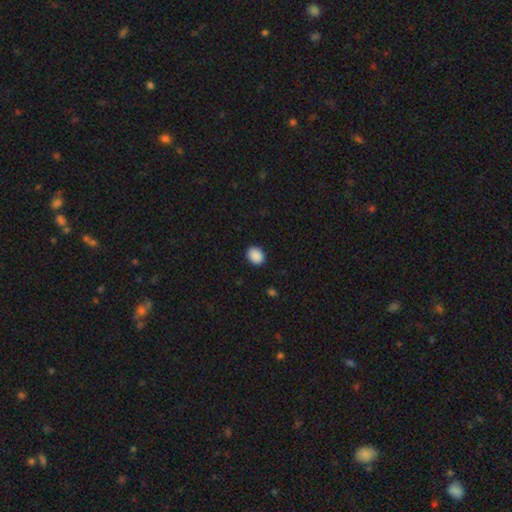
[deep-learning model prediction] Smooth or featured? Predicted: smooth (p=0.90). How rounded? Predicted: in between (p=0.52). Merging? Predicted: none (p=0.90).